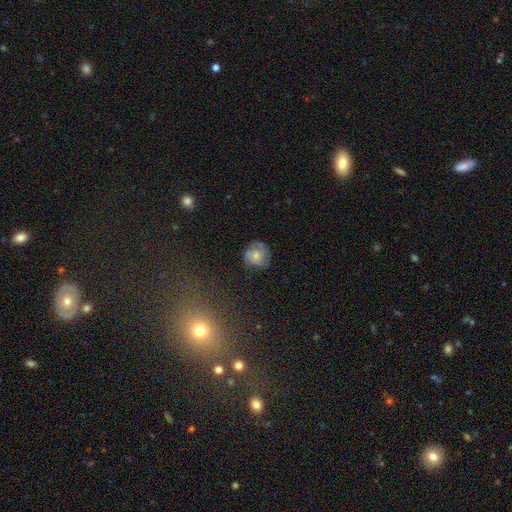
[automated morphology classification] smooth-or-featured: smooth: 52% | featured or disk: 39% | star or artifact: 9%
  how-rounded: round: 82% | in between: 17% | cigar-shaped: 1%
  merging: none: 64% | minor disturbance: 25% | major disturbance: 9% | merger: 2%